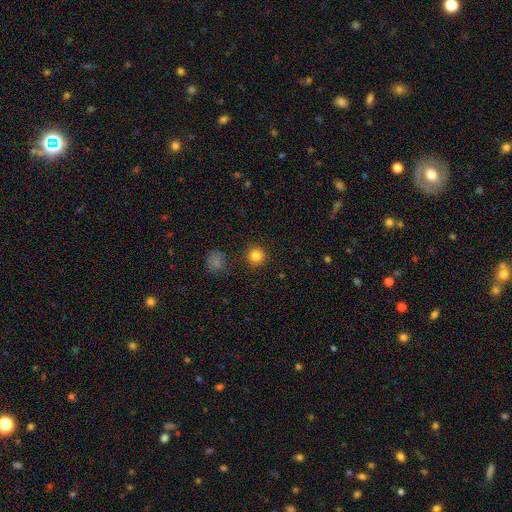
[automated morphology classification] This appears to be a smooth galaxy with no disk features (83%) that is round (94%). Merging: none (90%).